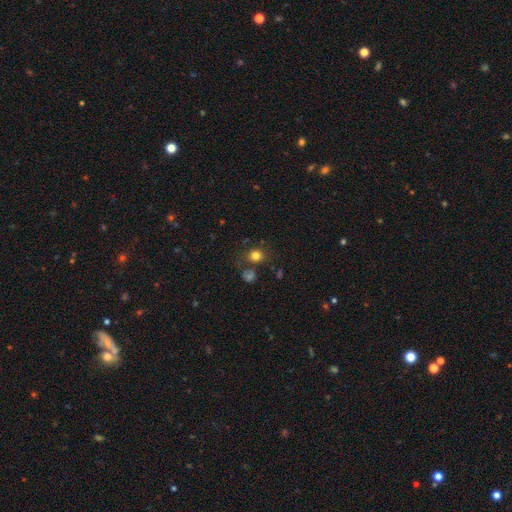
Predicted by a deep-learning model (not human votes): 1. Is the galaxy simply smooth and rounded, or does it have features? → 77% smooth, 15% star or artifact, 8% featured or disk.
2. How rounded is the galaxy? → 80% round, 19% in between, 1% cigar-shaped.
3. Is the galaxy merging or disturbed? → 73% none, 12% minor disturbance, 10% merger, 5% major disturbance.